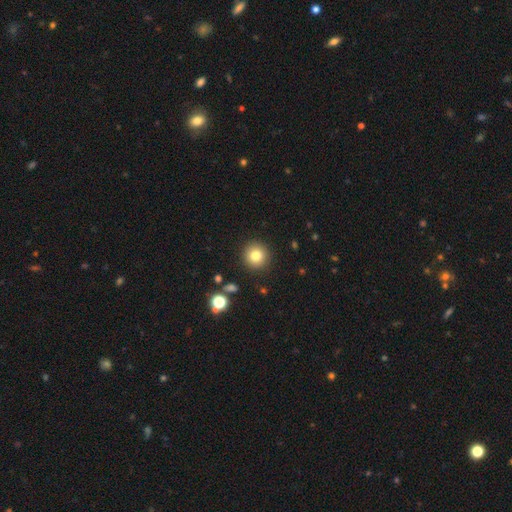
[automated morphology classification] Smooth or featured: smooth — 81% (star or artifact — 12%)
How rounded: round — 94% (in between — 5%)
Merging: none — 90% (minor disturbance — 6%)